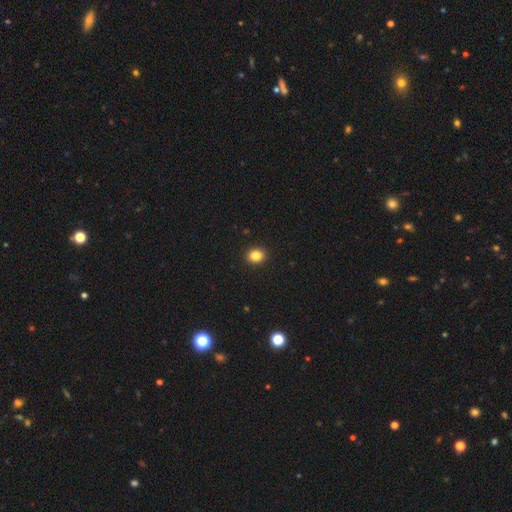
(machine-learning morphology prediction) type=smooth (84%); roundness=round (73%); merging=none (93%).